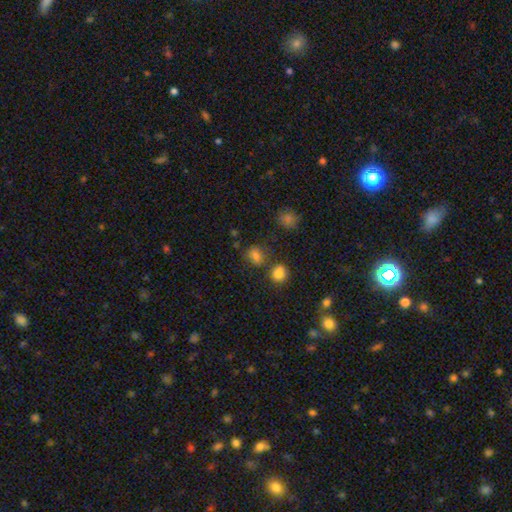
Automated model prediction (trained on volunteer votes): Smooth or featured? Predicted: smooth (p=0.76). How rounded? Predicted: in between (p=0.49, tied with round). Merging? Predicted: none (p=0.66).